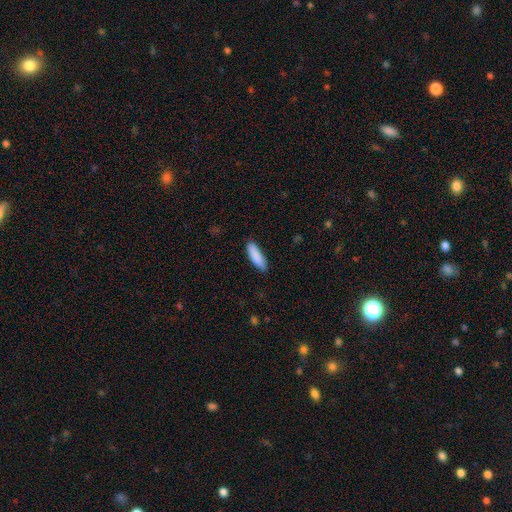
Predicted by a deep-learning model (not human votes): Overall: smooth (89%). How rounded: cigar-shaped (55%; in between 44%). Merging: none (87%).